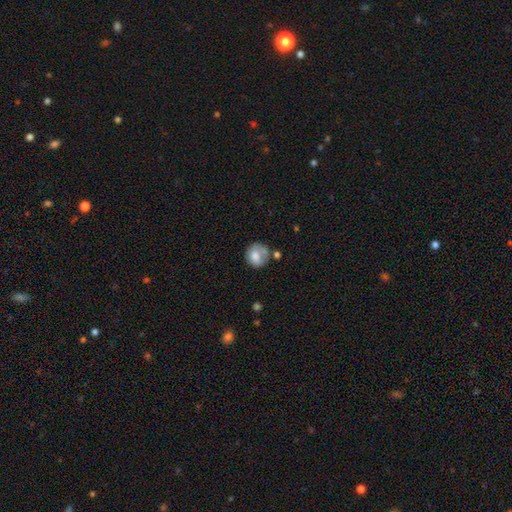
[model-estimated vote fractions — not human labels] Overall: smooth (71%). How rounded: round (79%). Merging: none (49%; minor disturbance 25%).